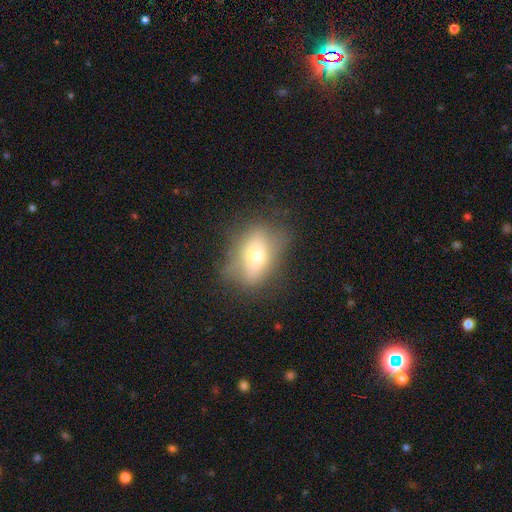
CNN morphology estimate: smooth-or-featured: smooth: 60% | featured or disk: 30% | star or artifact: 10%
  how-rounded: in between: 78% | round: 17% | cigar-shaped: 5%
  merging: none: 59% | minor disturbance: 26% | major disturbance: 13% | merger: 2%